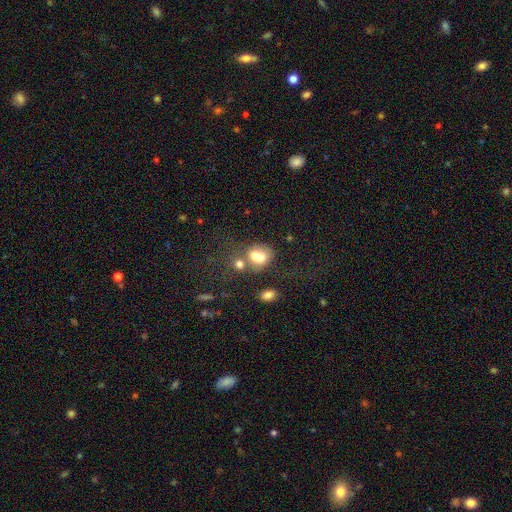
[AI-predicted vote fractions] A smooth galaxy with no disk features (72%) that is in between round and cigar-shaped (64%).

Vote fractions:
- Smooth or featured? smooth: 72% / featured or disk: 16% / star or artifact: 13%
- How rounded? in between: 64% / round: 35% / cigar-shaped: 2%
- Merging? merger: 41% / none: 31% / minor disturbance: 15% / major disturbance: 13%